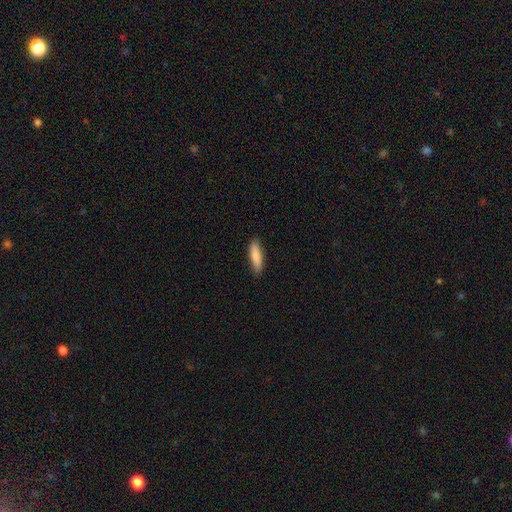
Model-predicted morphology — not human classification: This is clearly a smooth galaxy (85%). How rounded: likely cigar-shaped (66%). Merging: clearly none (85%).